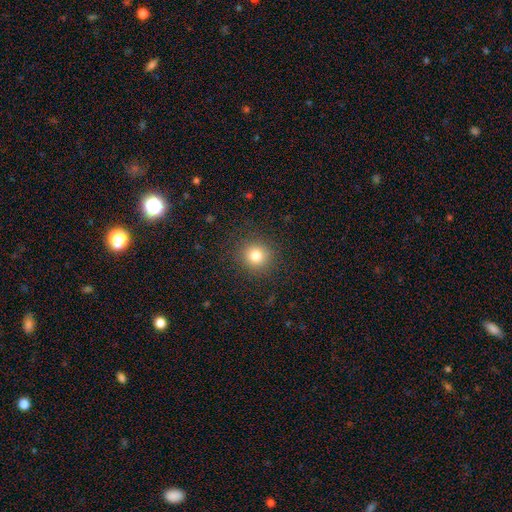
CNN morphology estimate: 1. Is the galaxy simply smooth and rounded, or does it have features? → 80% smooth, 13% star or artifact, 7% featured or disk.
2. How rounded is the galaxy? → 92% round, 7% in between, 1% cigar-shaped.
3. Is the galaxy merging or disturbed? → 89% none, 7% minor disturbance, 3% major disturbance, 1% merger.